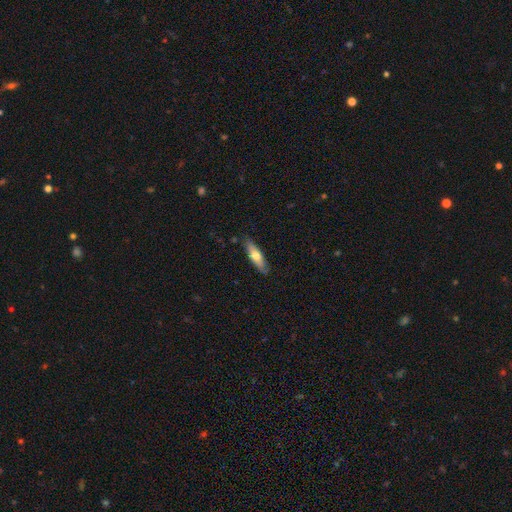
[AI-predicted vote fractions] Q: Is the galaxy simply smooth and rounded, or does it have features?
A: smooth — 58%.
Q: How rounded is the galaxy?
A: cigar-shaped — 63%.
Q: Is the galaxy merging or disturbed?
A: none — 85%.